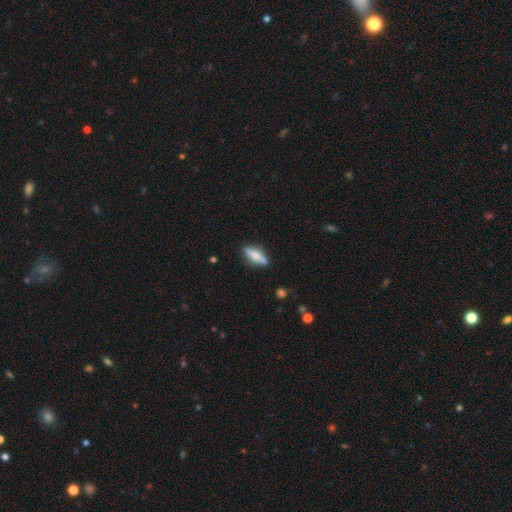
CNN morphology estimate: Smooth or featured?
  - smooth: 60% *
  - featured or disk: 33%
  - star or artifact: 7%
How rounded?
  - cigar-shaped: 57% *
  - in between: 41%
  - round: 3%
Merging?
  - none: 81% *
  - minor disturbance: 14%
  - major disturbance: 3%
  - merger: 2%